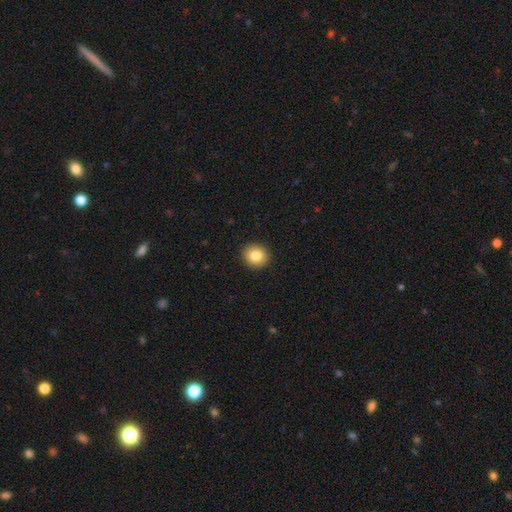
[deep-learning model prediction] A smooth galaxy with no disk features (84%) that is round (81%).

Vote fractions:
- Smooth or featured? smooth: 84% / star or artifact: 9% / featured or disk: 7%
- How rounded? round: 81% / in between: 18% / cigar-shaped: 1%
- Merging? none: 92% / minor disturbance: 5% / major disturbance: 2% / merger: 1%